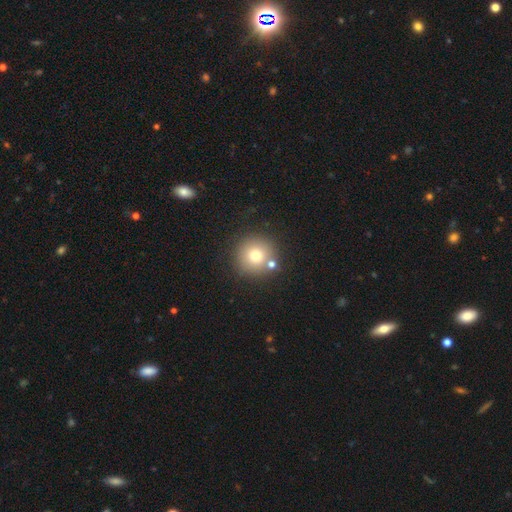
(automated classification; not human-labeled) The model was most divided on "smooth or featured": smooth: 74%, featured or disk: 13%, star or artifact: 13%. More confident: how rounded — round (94%); merging — none (76%).